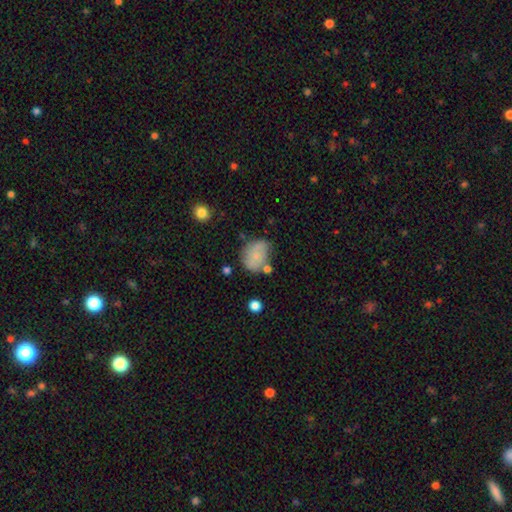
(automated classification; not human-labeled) The model was most divided on "how rounded": in between: 52%, round: 47%, cigar-shaped: 1%. Remaining: smooth or featured — smooth (73%); merging — none (50%).